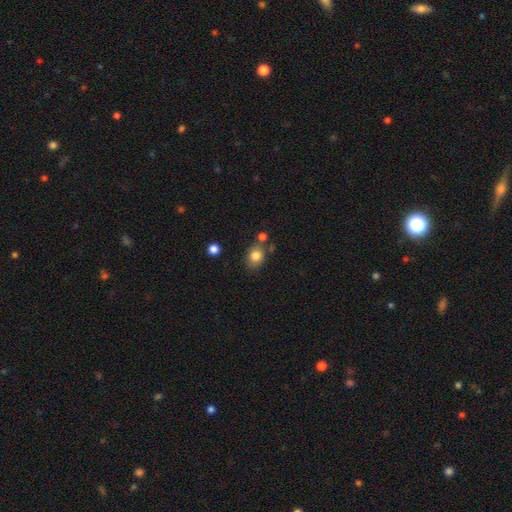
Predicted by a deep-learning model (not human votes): Smooth or featured: smooth — 82% (star or artifact — 10%)
How rounded: round — 52% (in between — 47%)
Merging: none — 71% (minor disturbance — 14%)